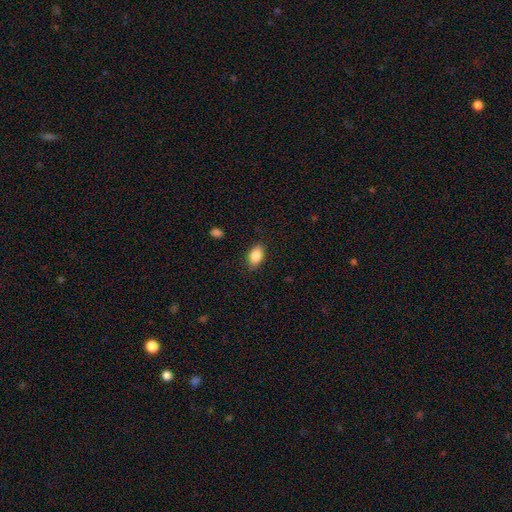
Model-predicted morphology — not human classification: This appears to be a smooth galaxy with no disk features (86%) that is in between round and cigar-shaped (89%). Merging: none (86%).